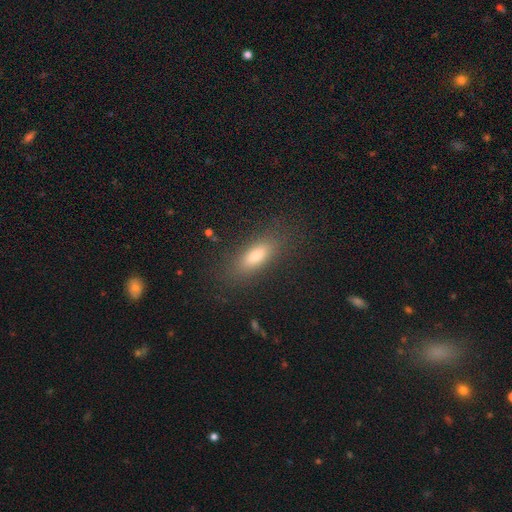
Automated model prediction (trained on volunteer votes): Smooth or featured? Predicted: smooth (p=0.78). How rounded? Predicted: in between (p=0.67). Merging? Predicted: none (p=0.83).